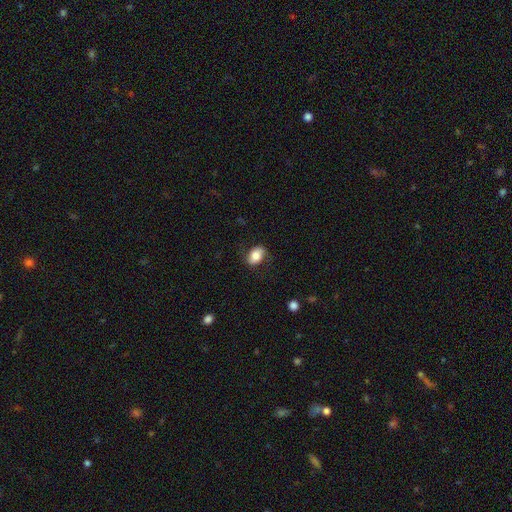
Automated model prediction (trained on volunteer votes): A smooth galaxy with no disk features (72%) that is in between round and cigar-shaped (80%).

Vote fractions:
- Smooth or featured? smooth: 72% / featured or disk: 20% / star or artifact: 8%
- How rounded? in between: 80% / round: 18% / cigar-shaped: 2%
- Merging? none: 72% / minor disturbance: 20% / major disturbance: 7% / merger: 1%